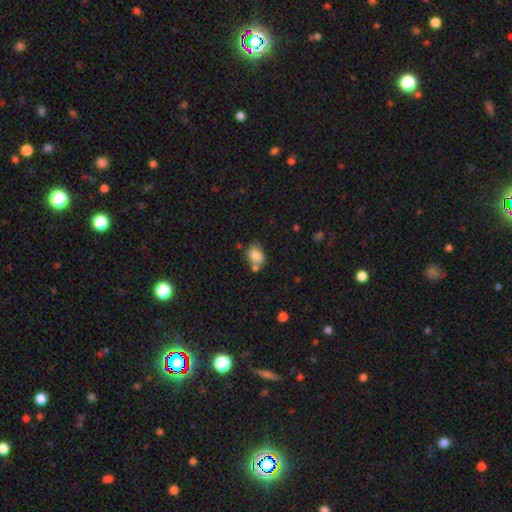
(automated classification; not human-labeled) smooth 81%, featured or disk 10%, star or artifact 9%. Down the decision tree: how rounded — in between (61%); merging — none (52%).